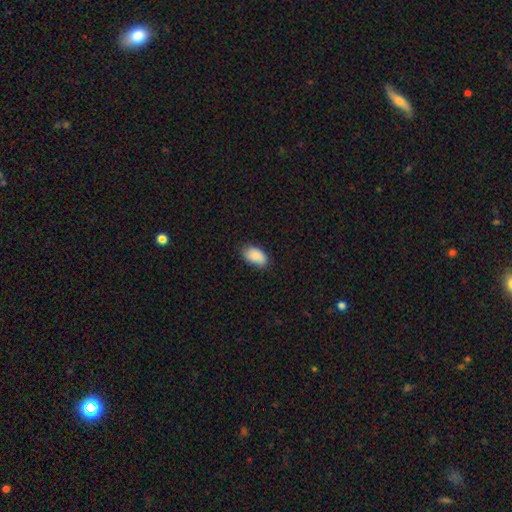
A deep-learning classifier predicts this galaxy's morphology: A smooth galaxy with no disk features (87%) that is in between round and cigar-shaped (93%).

Vote fractions:
- Smooth or featured? smooth: 87% / star or artifact: 7% / featured or disk: 6%
- How rounded? in between: 93% / round: 6% / cigar-shaped: 2%
- Merging? none: 74% / minor disturbance: 21% / major disturbance: 3% / merger: 1%